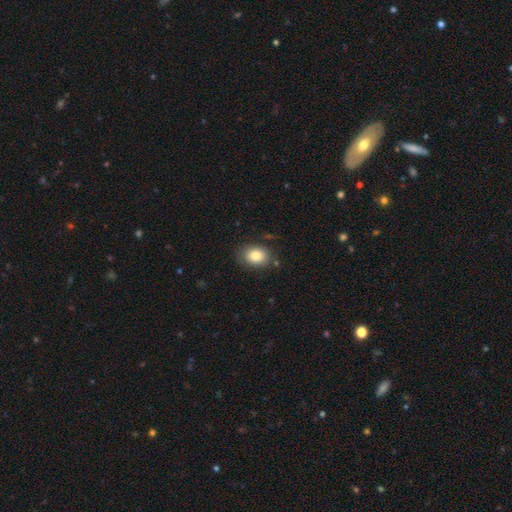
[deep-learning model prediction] smooth-or-featured: smooth: 82% | featured or disk: 9% | star or artifact: 9%
  how-rounded: in between: 63% | round: 37% | cigar-shaped: 1%
  merging: none: 82% | minor disturbance: 12% | major disturbance: 3% | merger: 2%